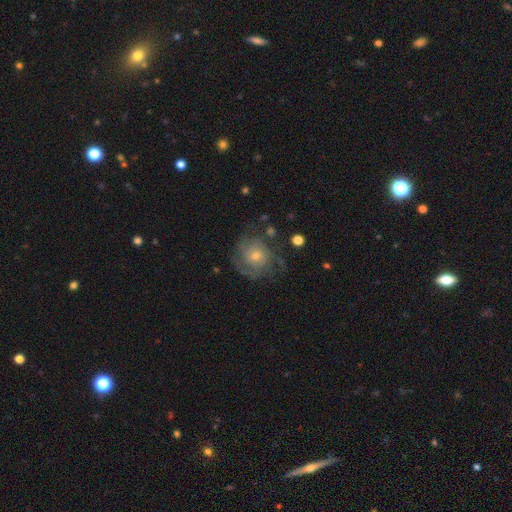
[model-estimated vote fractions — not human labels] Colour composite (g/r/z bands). It shows a featured or disk galaxy (74%) with no bar (74%), tight (55%) spiral arms (90%) and a small central bulge (56%). Merging: none (67%).